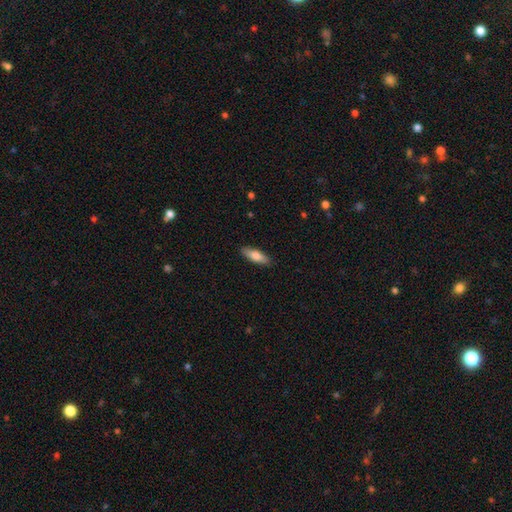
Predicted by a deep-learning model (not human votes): Smooth or featured? smooth (77%)
How rounded? in between (55%)
Merging? none (89%)